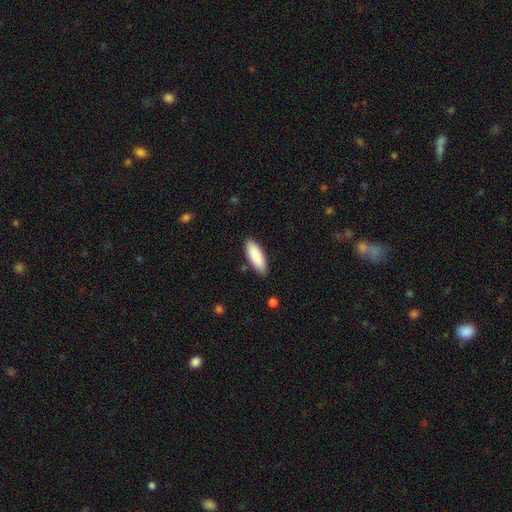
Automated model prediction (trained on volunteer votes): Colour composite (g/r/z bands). It shows a smooth galaxy with no disk features (89%) that is in between round and cigar-shaped (67%). Merging: none (86%).